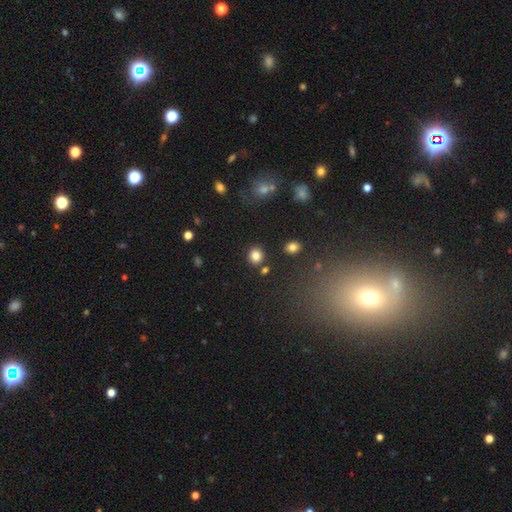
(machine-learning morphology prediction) Smooth or featured: smooth — 83% (star or artifact — 12%)
How rounded: round — 85% (in between — 14%)
Merging: none — 85% (minor disturbance — 8%)